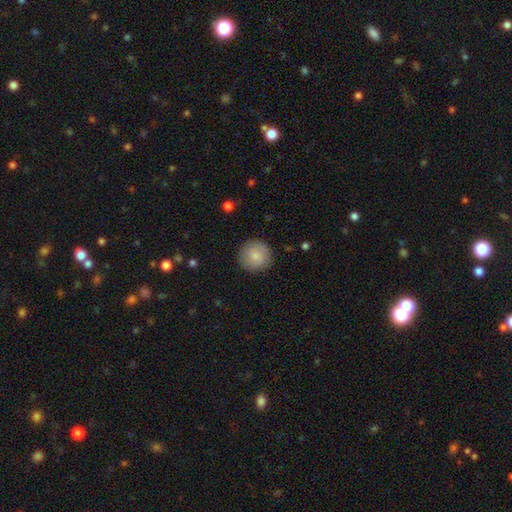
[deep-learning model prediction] Overall: smooth (80%). How rounded: round (95%). Merging: none (90%).